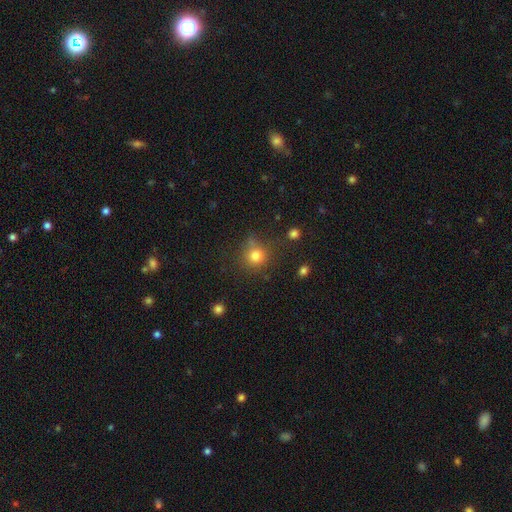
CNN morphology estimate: A smooth galaxy with no disk features (79%) that is round (90%).

Vote fractions:
- Smooth or featured? smooth: 79% / star or artifact: 14% / featured or disk: 7%
- How rounded? round: 90% / in between: 9% / cigar-shaped: 1%
- Merging? none: 73% / minor disturbance: 14% / merger: 8% / major disturbance: 5%